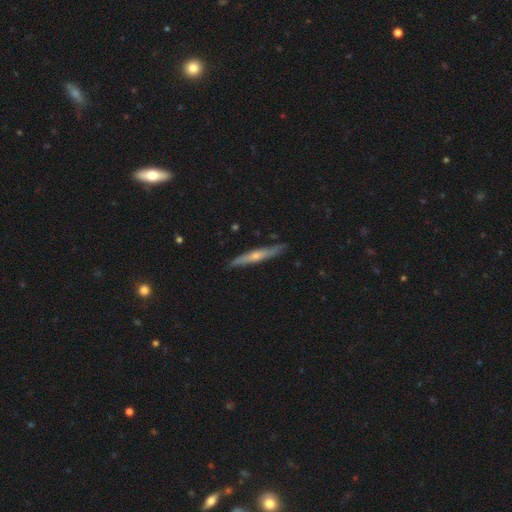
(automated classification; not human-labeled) A featured or disk galaxy (62%) viewed edge-on (94%) with a rounded central bulge (73%). Merging: none (87%).